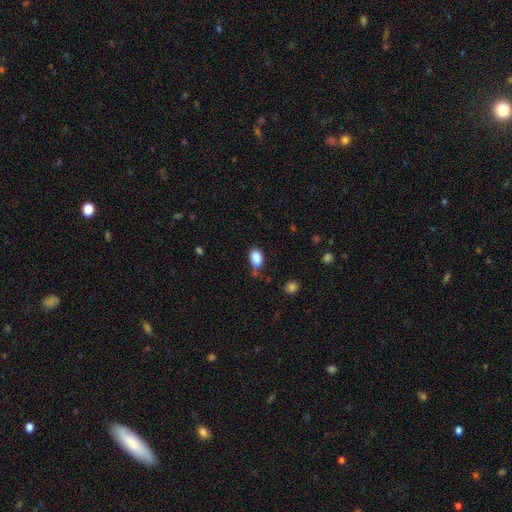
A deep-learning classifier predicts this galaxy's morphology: Smooth or featured?
  - smooth: 87% *
  - star or artifact: 9%
  - featured or disk: 5%
How rounded?
  - in between: 88% *
  - round: 10%
  - cigar-shaped: 2%
Merging?
  - none: 63% *
  - minor disturbance: 26%
  - major disturbance: 6%
  - merger: 5%